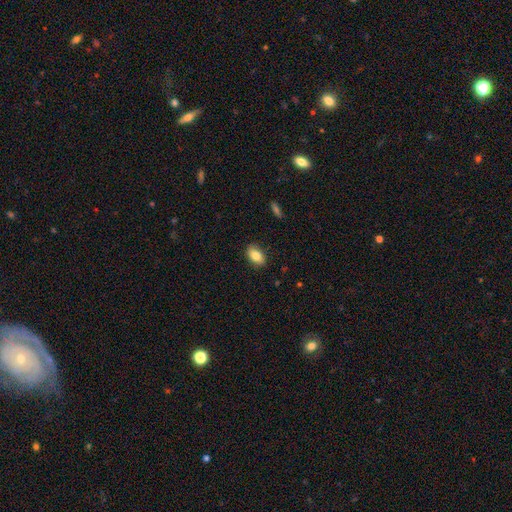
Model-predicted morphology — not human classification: Smooth or featured? smooth (84%)
How rounded? in between (90%)
Merging? none (86%)